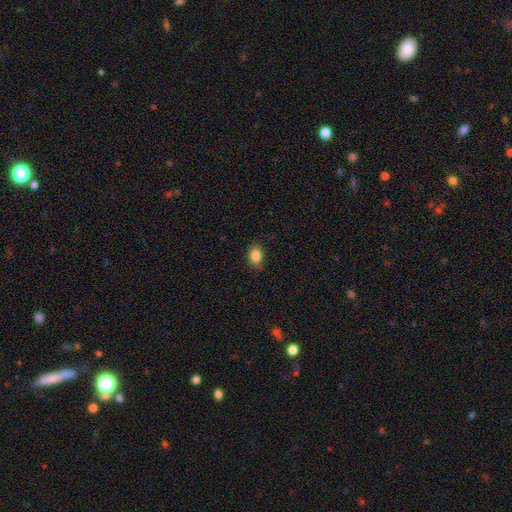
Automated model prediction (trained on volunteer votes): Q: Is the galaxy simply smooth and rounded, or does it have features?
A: smooth — 86%.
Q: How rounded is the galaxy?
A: in between — 78%.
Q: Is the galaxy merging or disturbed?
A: none — 86%.